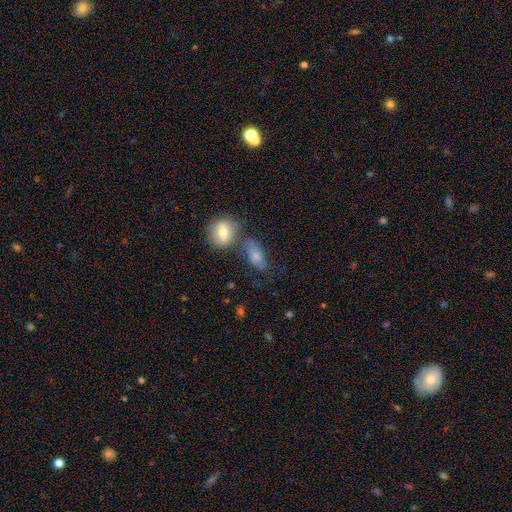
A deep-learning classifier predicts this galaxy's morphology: This is likely a smooth galaxy (73%). How rounded: clearly in between (82%). Merging: possibly none (50%).